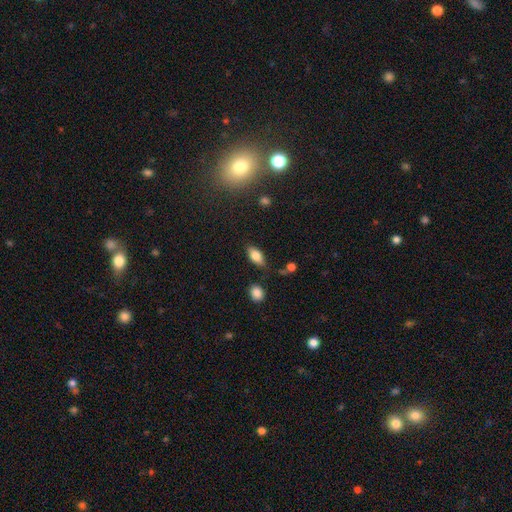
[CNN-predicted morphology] Smooth or featured?
  - smooth: 77% *
  - featured or disk: 15%
  - star or artifact: 8%
How rounded?
  - in between: 86% *
  - cigar-shaped: 9%
  - round: 4%
Merging?
  - none: 75% *
  - minor disturbance: 17%
  - major disturbance: 4%
  - merger: 4%